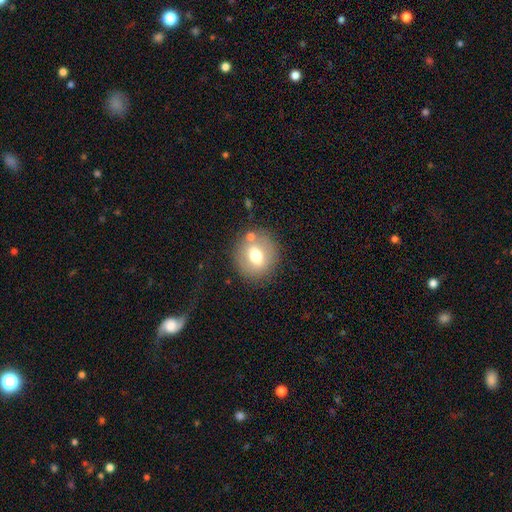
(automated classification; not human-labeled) This appears to be a smooth galaxy with no disk features (63%) that is round (82%). Merging: none (78%).